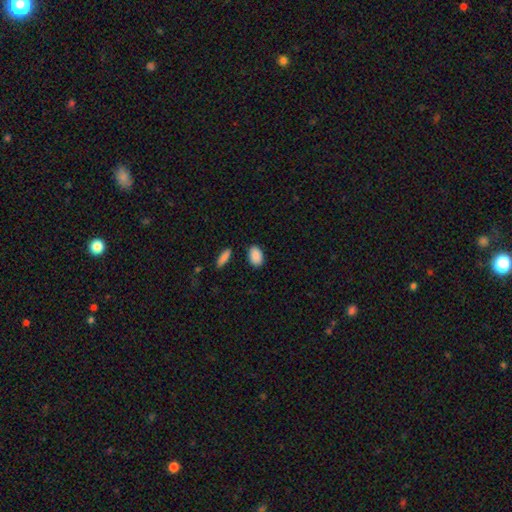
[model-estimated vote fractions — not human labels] This is clearly a smooth galaxy (90%). How rounded: clearly in between (90%). Merging: clearly none (85%).